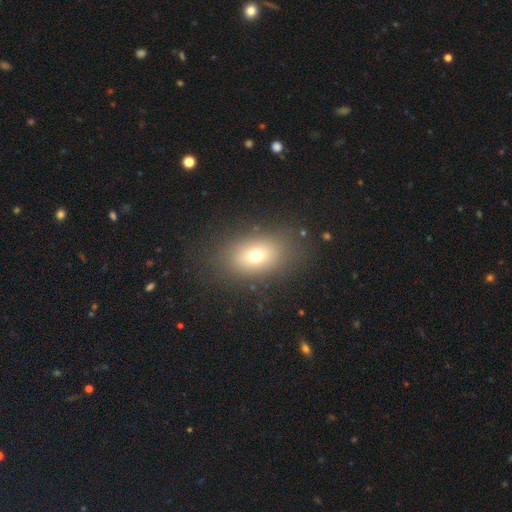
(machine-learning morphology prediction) The model was most divided on "smooth or featured": smooth: 69%, featured or disk: 16%, star or artifact: 14%. More confident: merging — none (83%); how rounded — in between (78%).